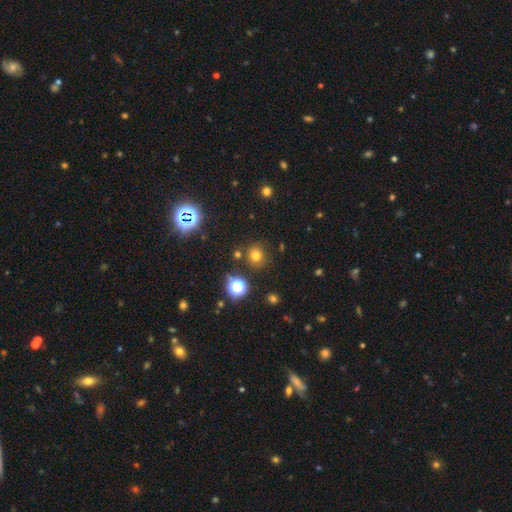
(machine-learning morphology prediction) Overall: smooth (71%). How rounded: round (86%). Merging: none (83%).